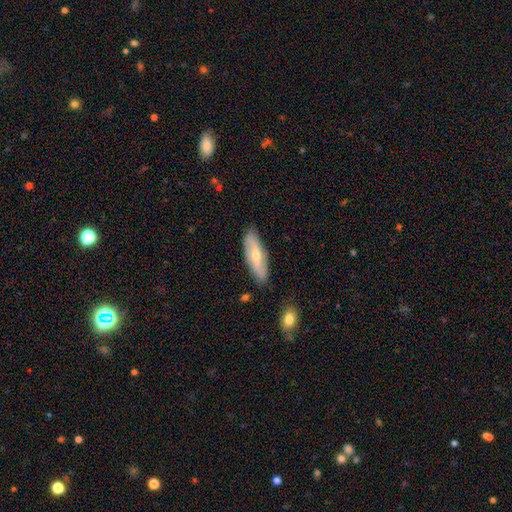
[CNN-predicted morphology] Smooth or featured? Predicted: featured or disk (p=0.61). Edge-on disk? Predicted: no (p=0.77). Merging? Predicted: none (p=0.84).